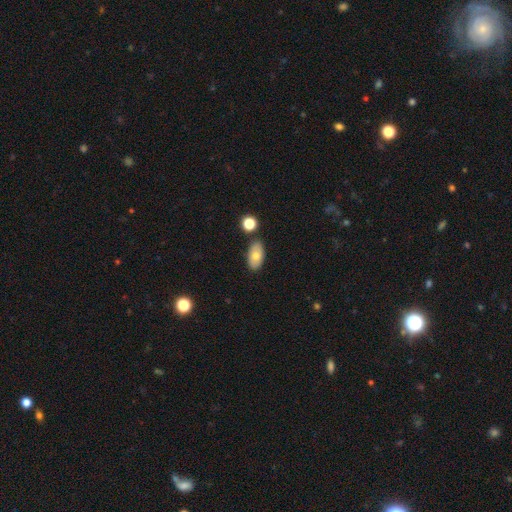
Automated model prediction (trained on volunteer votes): smooth_or_featured: smooth (p=0.72) [alt: featured or disk p=0.20]
how_rounded: in between (p=0.92) [alt: round p=0.05]
merging: none (p=0.80) [alt: minor disturbance p=0.11]